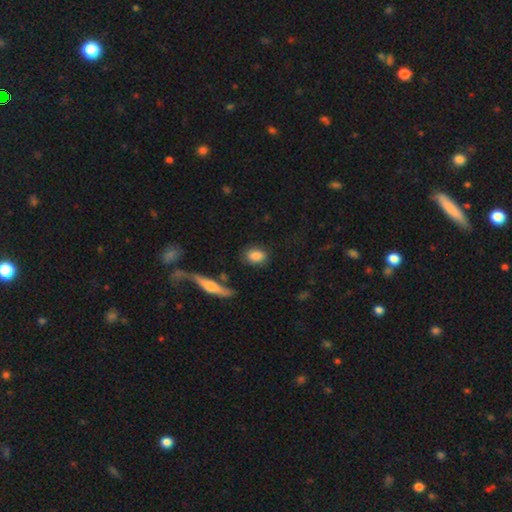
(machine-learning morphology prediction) A smooth galaxy with no disk features (84%) that is in between round and cigar-shaped (72%). Merging: none (81%).